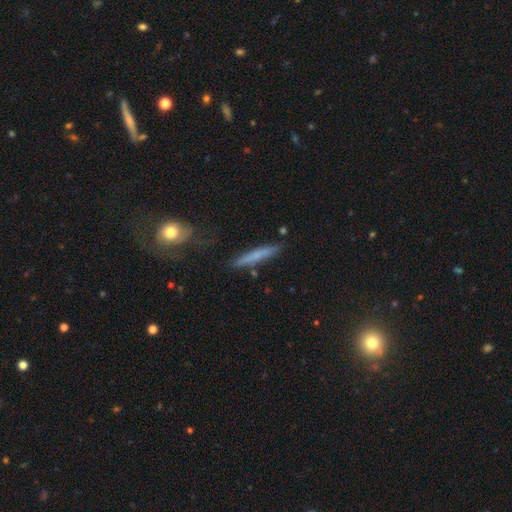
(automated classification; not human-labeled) Overall: smooth (64%; featured or disk 29%). How rounded: cigar-shaped (93%). Merging: none (81%).